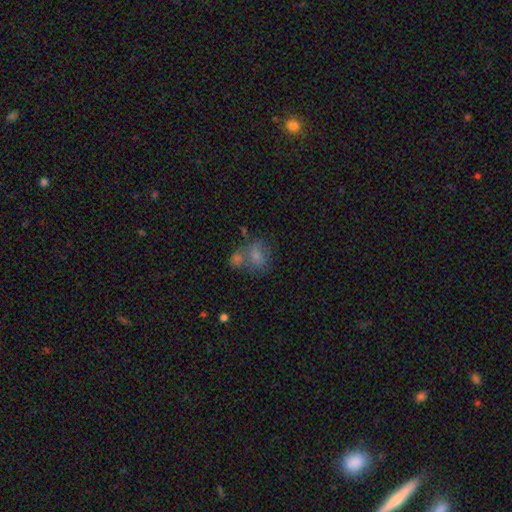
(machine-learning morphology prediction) The model was most divided on "how rounded": round: 53%, in between: 46%, cigar-shaped: 1%. Remaining: smooth or featured — smooth (71%); merging — merger (46%).